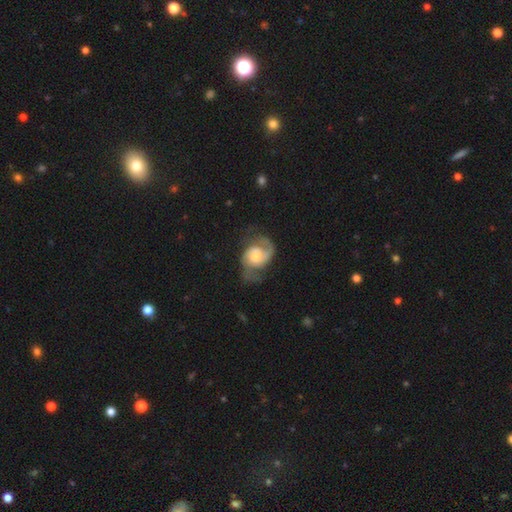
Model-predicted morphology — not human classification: type=featured or disk (82%); edge-on=no (98%); bar=no (60%); spiral arms=yes (95%); winding=medium (50%); arm count=2 (84%); bulge=moderate (55%); merging=none (56%).